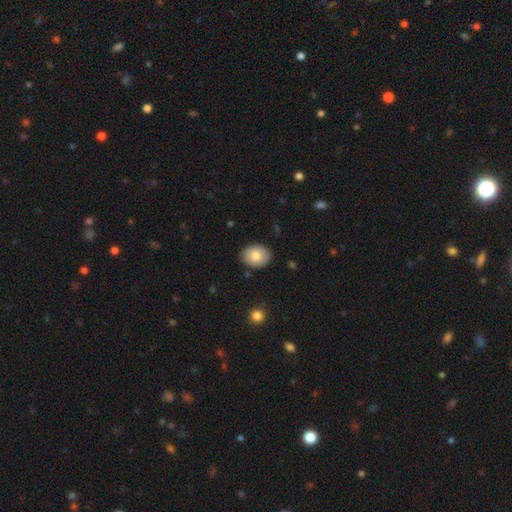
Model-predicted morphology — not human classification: The model was most divided on "how rounded": in between: 61%, round: 38%, cigar-shaped: 1%. More confident: merging — none (85%); smooth or featured — smooth (80%).